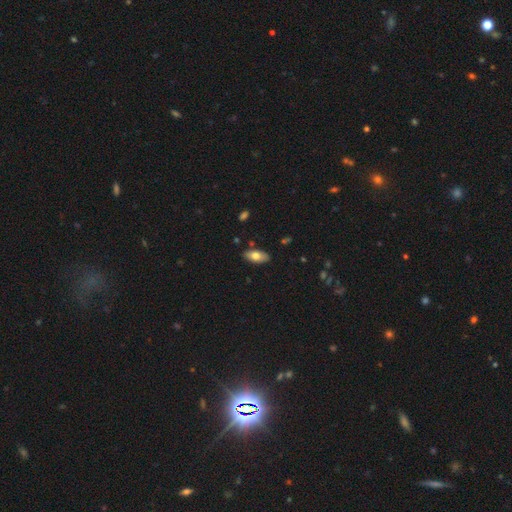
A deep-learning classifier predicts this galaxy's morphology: smooth 70%, featured or disk 23%, star or artifact 6%. Down the decision tree: how rounded — in between (89%); merging — none (86%).